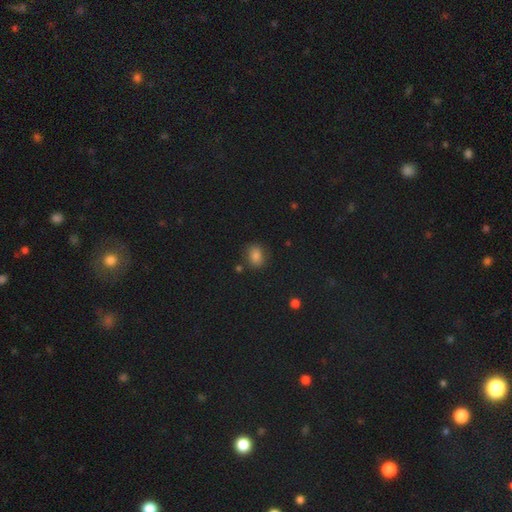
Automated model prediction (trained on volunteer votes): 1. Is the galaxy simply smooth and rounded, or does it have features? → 80% smooth, 14% star or artifact, 6% featured or disk.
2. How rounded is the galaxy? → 54% in between, 45% round, 1% cigar-shaped.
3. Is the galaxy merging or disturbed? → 78% none, 14% minor disturbance, 4% major disturbance, 4% merger.